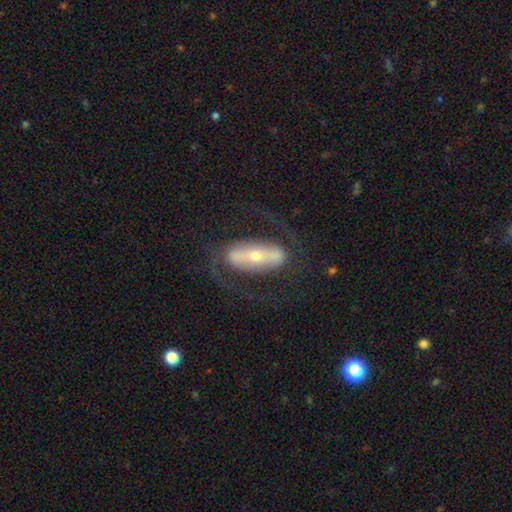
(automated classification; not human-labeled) smooth_or_featured: featured or disk (p=0.79) [alt: smooth p=0.15]
disk_edge_on: no (p=0.88) [alt: yes p=0.12]
bar: strong (p=0.70) [alt: weak p=0.18]
has_spiral_arms: yes (p=0.79) [alt: no p=0.21]
spiral_winding: medium (p=0.50) [alt: loose p=0.30]
spiral_arm_count: 2 (p=0.88) [alt: can't tell p=0.06]
bulge_size: small (p=0.53) [alt: moderate p=0.40]
merging: none (p=0.72) [alt: major disturbance p=0.14]